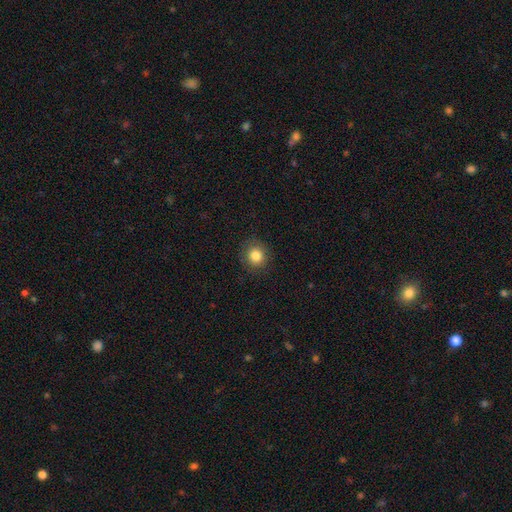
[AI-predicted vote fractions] Morphology: type=smooth (83%); roundness=round (87%); merging=none (88%).